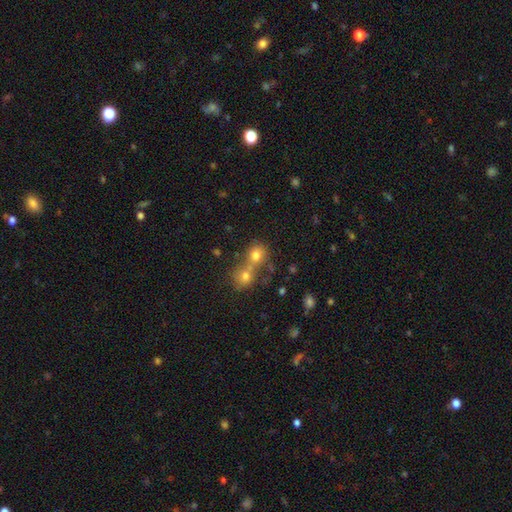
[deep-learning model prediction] Smooth or featured?
  - smooth: 74% *
  - star or artifact: 14%
  - featured or disk: 12%
How rounded?
  - round: 76% *
  - in between: 23%
  - cigar-shaped: 1%
Merging?
  - merger: 59% *
  - none: 32%
  - minor disturbance: 6%
  - major disturbance: 3%